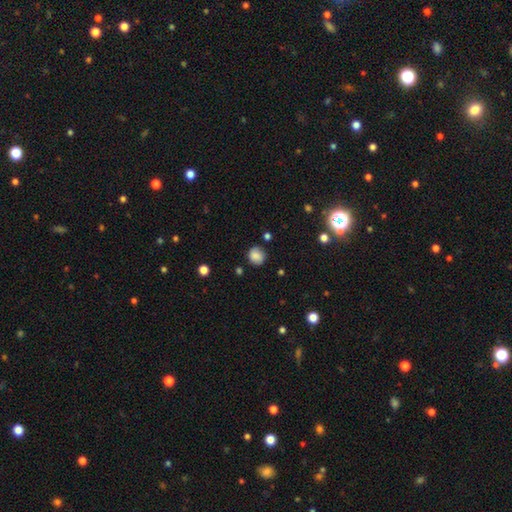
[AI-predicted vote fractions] Smooth or featured? Predicted: smooth (p=0.82). How rounded? Predicted: round (p=0.83). Merging? Predicted: none (p=0.80).